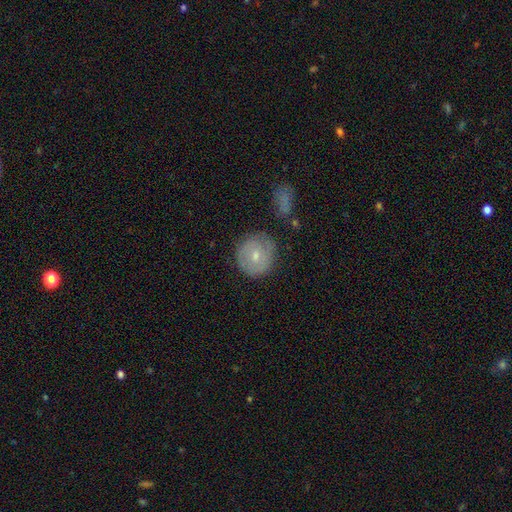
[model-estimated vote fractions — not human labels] A smooth galaxy with no disk features (56%) that is round (89%). Merging: none (76%).